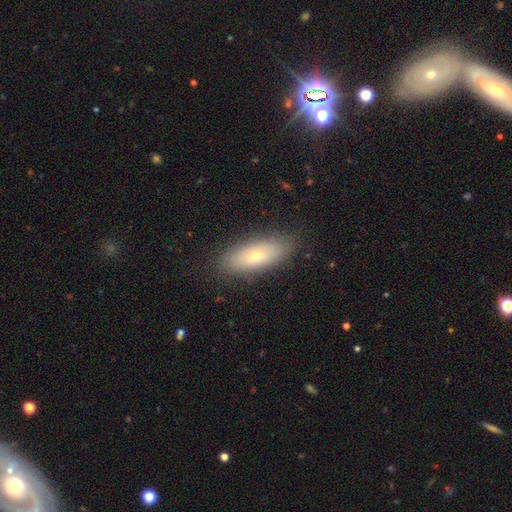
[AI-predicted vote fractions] Overall: smooth (65%; featured or disk 27%). How rounded: in between (74%). Merging: none (85%).